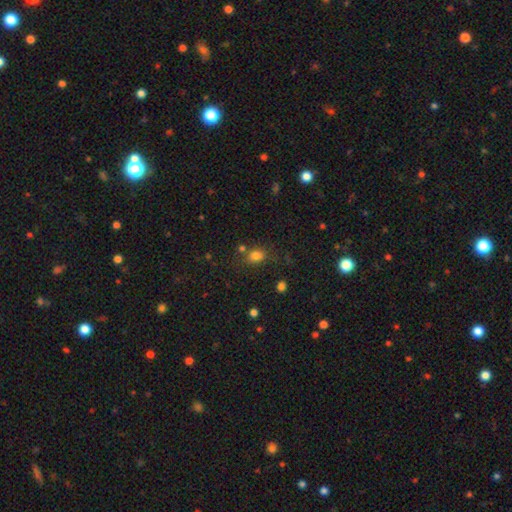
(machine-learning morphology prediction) Overall: smooth (78%). How rounded: in between (54%; round 45%). Merging: none (67%).